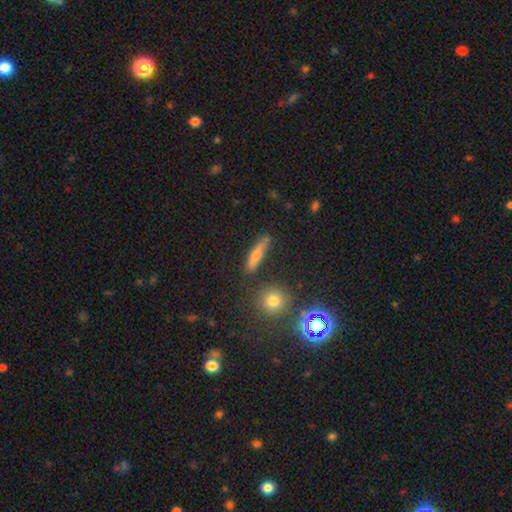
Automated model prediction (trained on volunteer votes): The model was most divided on "smooth or featured": smooth: 46%, featured or disk: 32%, star or artifact: 21%. More confident: merging — none (80%).